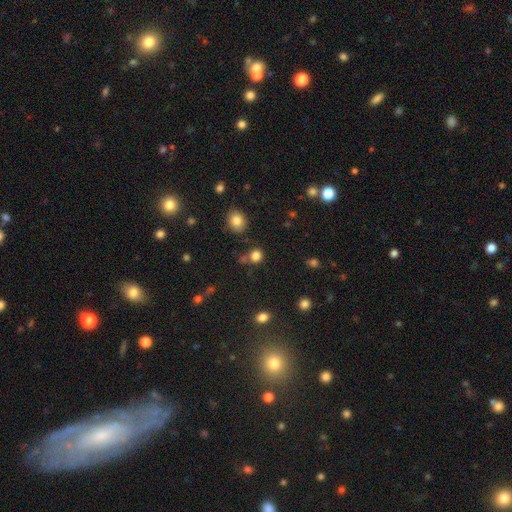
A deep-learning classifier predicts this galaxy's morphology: The model was most divided on "how rounded": round: 79%, in between: 20%, cigar-shaped: 1%. More confident: smooth or featured — smooth (81%); merging — none (72%).